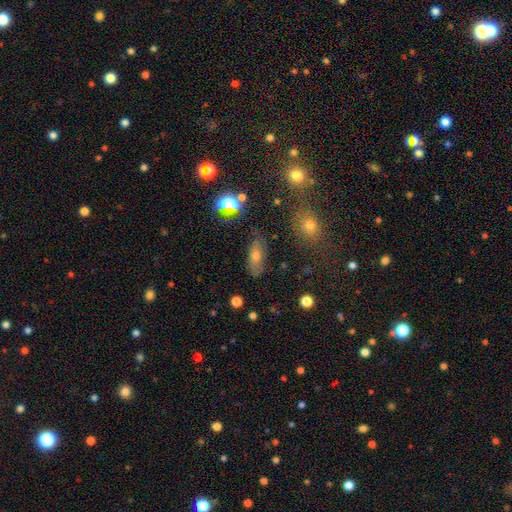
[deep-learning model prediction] Smooth or featured: smooth — 53% (featured or disk — 29%)
How rounded: in between — 74% (cigar-shaped — 20%)
Merging: none — 76% (minor disturbance — 16%)